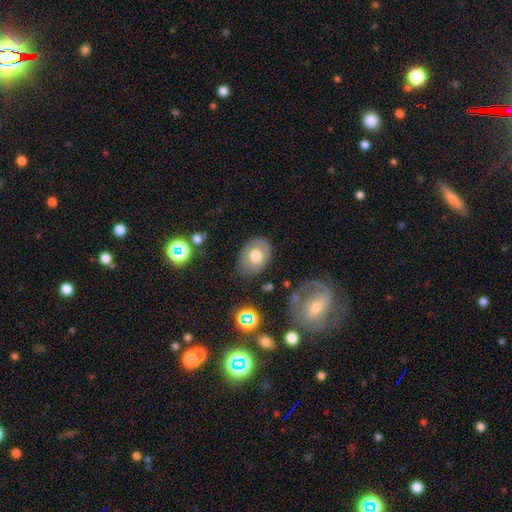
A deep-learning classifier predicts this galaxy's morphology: Smooth or featured: smooth — 60% (featured or disk — 32%)
How rounded: in between — 64% (round — 35%)
Merging: none — 74% (minor disturbance — 17%)